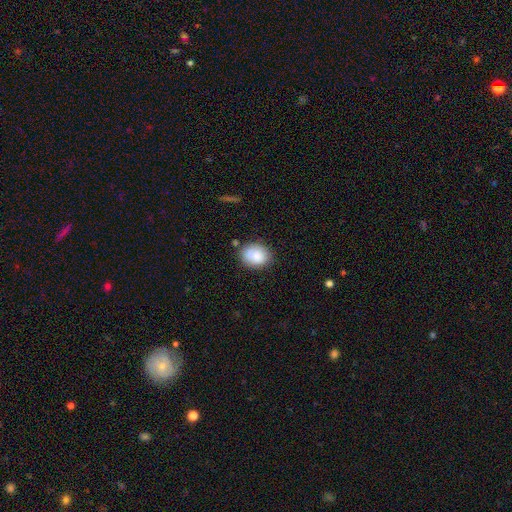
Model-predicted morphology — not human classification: This is clearly a smooth galaxy (85%). How rounded: possibly in between (50%). Merging: likely none (73%).